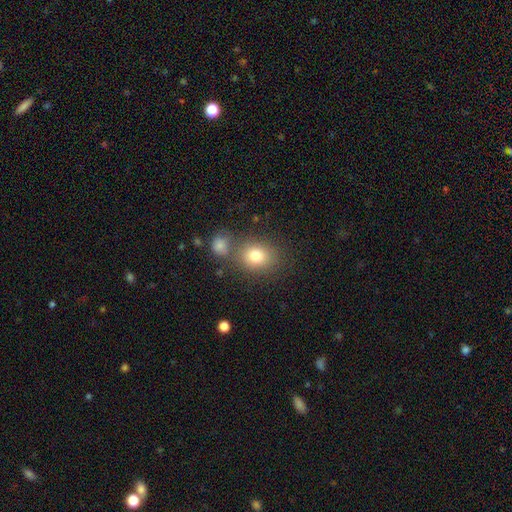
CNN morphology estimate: Smooth or featured? Predicted: smooth (p=0.79). How rounded? Predicted: round (p=0.59). Merging? Predicted: none (p=0.64).